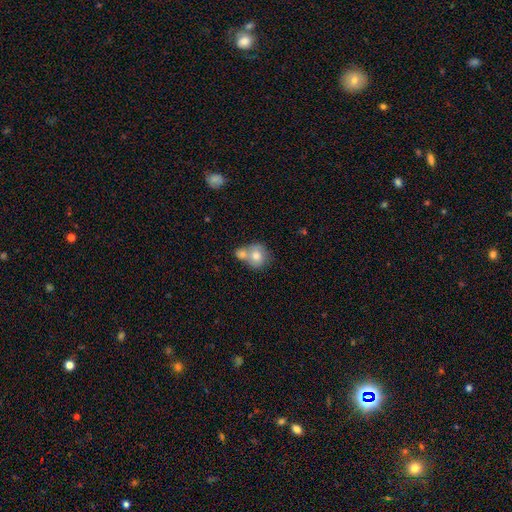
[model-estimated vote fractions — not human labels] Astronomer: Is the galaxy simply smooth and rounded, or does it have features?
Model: smooth — 74%.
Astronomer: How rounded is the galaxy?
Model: round — 78%.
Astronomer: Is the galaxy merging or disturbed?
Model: merger — 55% (runner-up: none, 32%).